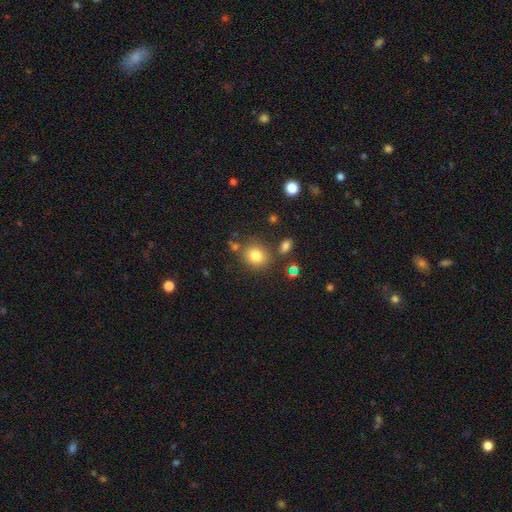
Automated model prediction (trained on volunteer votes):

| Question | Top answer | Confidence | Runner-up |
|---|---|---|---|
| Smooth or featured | smooth | 80% | star or artifact (12%) |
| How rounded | round | 76% | in between (23%) |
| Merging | none | 76% | minor disturbance (12%) |